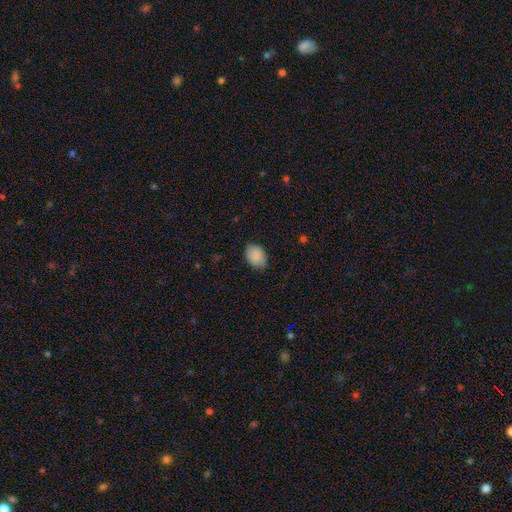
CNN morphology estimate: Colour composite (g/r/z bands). It shows a smooth galaxy with no disk features (89%) that is in between round and cigar-shaped (78%). Merging: none (82%).